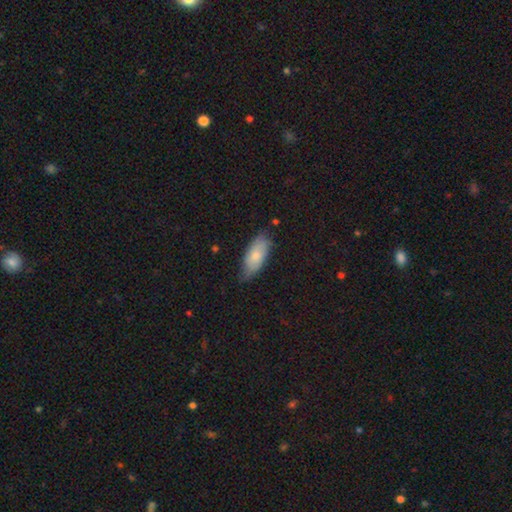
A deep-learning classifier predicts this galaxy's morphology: Overall: smooth (74%). How rounded: in between (84%). Merging: none (65%; minor disturbance 29%).